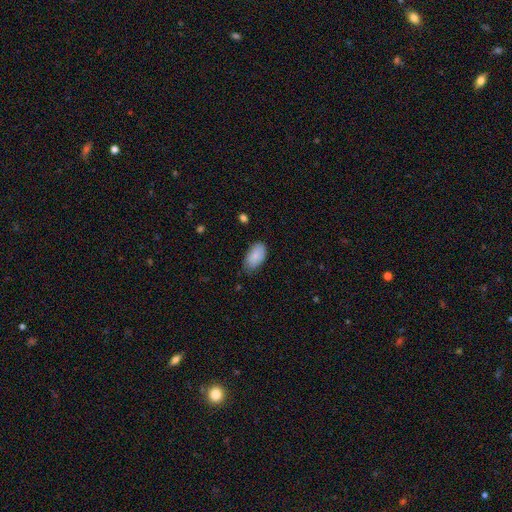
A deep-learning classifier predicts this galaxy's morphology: This appears to be a smooth galaxy with no disk features (85%) that is in between round and cigar-shaped (95%). Merging: none (71%).